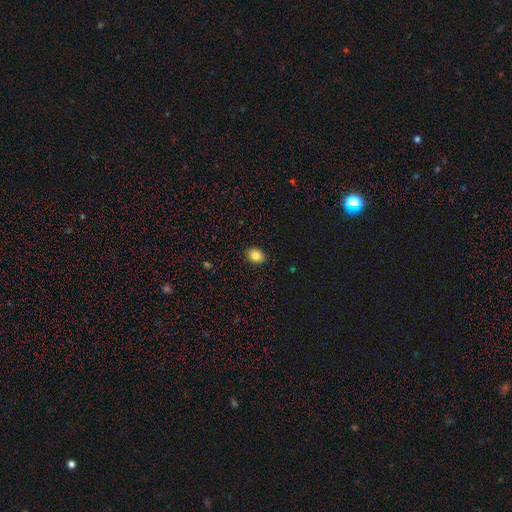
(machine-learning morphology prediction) This appears to be a smooth galaxy with no disk features (84%) that is in between round and cigar-shaped (59%). Merging: none (90%).